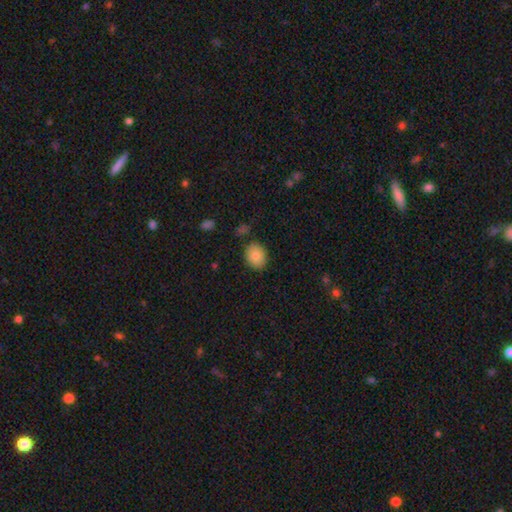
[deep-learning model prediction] Smooth or featured? Predicted: smooth (p=0.82). How rounded? Predicted: round (p=0.54). Merging? Predicted: none (p=0.83).